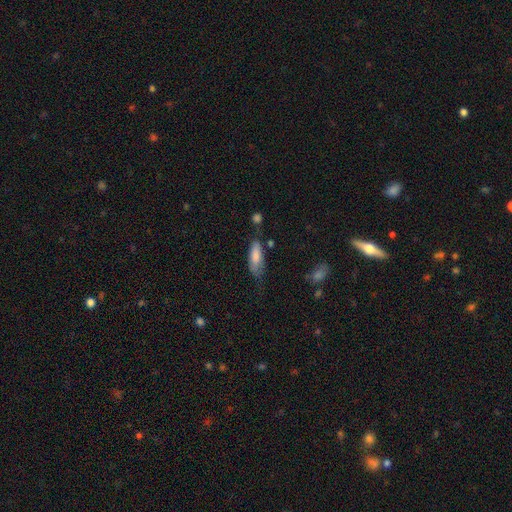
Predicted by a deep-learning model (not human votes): Morphology: type=smooth (80%); roundness=in between (67%); merging=none (48%).